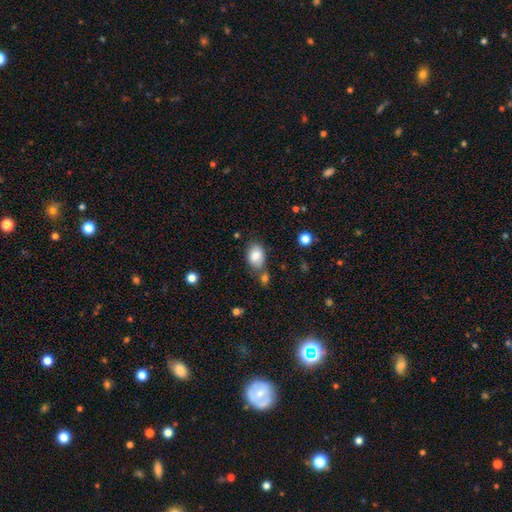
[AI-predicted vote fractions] The model was most divided on "merging": none: 60%, minor disturbance: 20%, merger: 15%, major disturbance: 5%. More confident: smooth or featured — smooth (83%); how rounded — in between (74%).